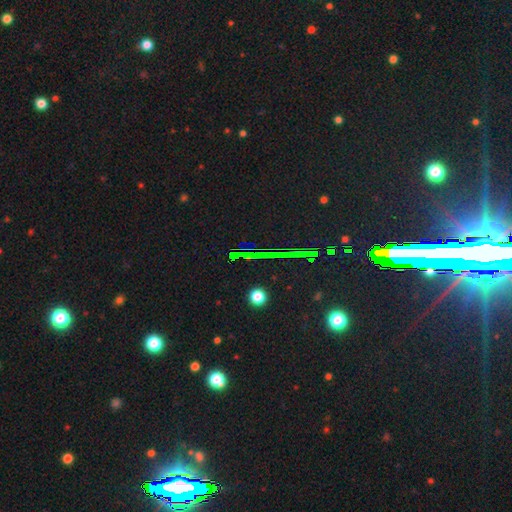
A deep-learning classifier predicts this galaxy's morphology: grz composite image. It shows a star or artifact, not a galaxy (77%).